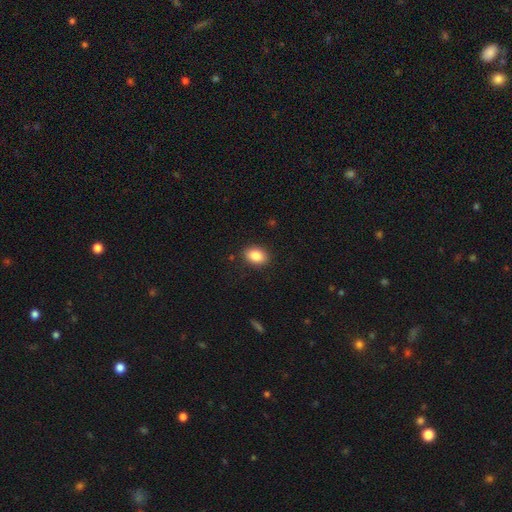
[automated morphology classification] This appears to be a smooth galaxy with no disk features (87%) that is in between round and cigar-shaped (77%). Merging: none (88%).